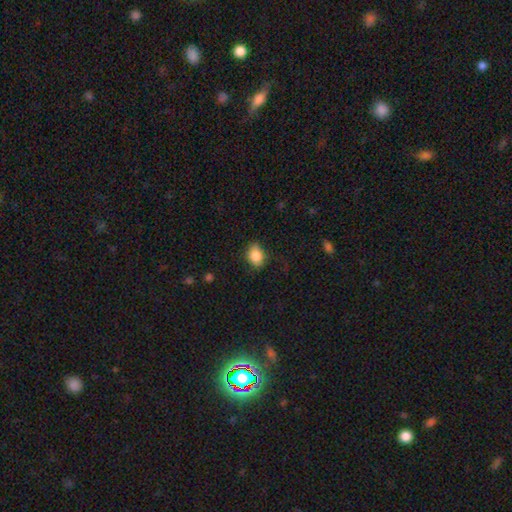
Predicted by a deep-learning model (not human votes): Smooth or featured? smooth (86%)
How rounded? in between (71%)
Merging? none (77%)